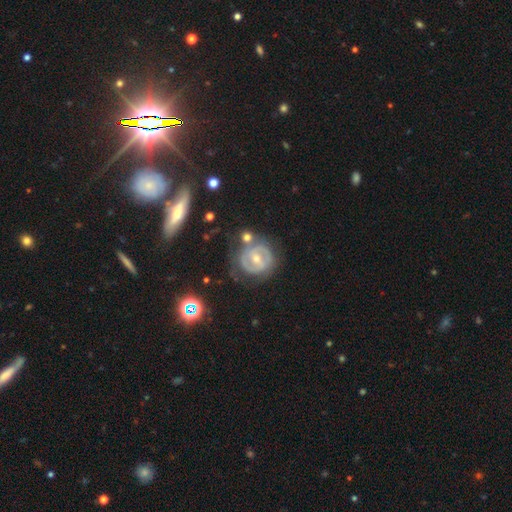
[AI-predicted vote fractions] The model was most divided on "bulge size": moderate: 54%, small: 42%, large: 2%, none: 1%, dominant: 1%. More confident: edge-on disk — no (95%); smooth or featured — featured or disk (73%); spiral arms — yes (70%); merging — none (69%); bar — no (53%).